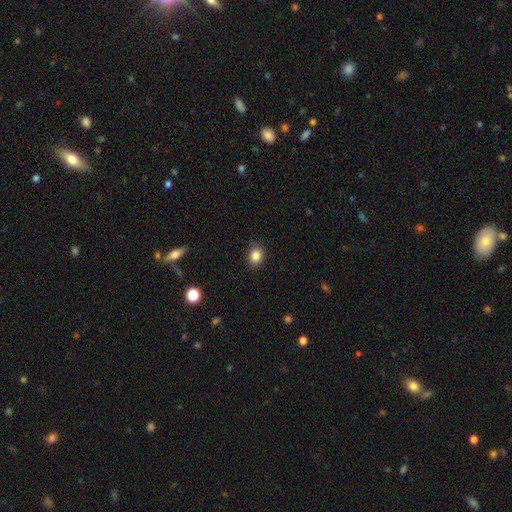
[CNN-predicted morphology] Overall: smooth (84%). How rounded: round (57%; in between 42%). Merging: none (86%).